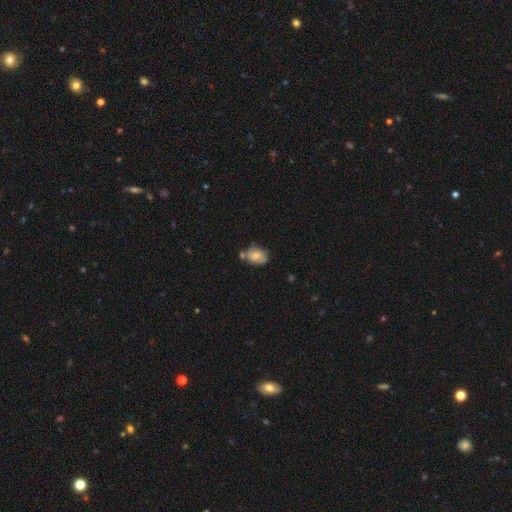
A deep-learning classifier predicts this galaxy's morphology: type=smooth (63%); roundness=in between (72%); merging=none (54%).